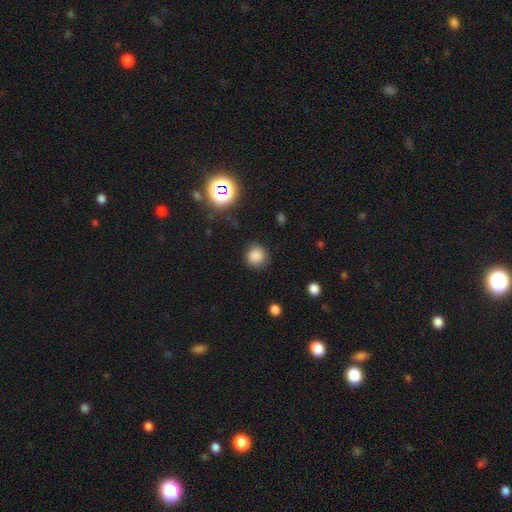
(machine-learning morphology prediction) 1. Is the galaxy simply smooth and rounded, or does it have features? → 82% smooth, 13% star or artifact, 4% featured or disk.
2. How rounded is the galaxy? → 90% round, 9% in between, 1% cigar-shaped.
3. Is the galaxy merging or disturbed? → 85% none, 10% minor disturbance, 3% major disturbance, 1% merger.